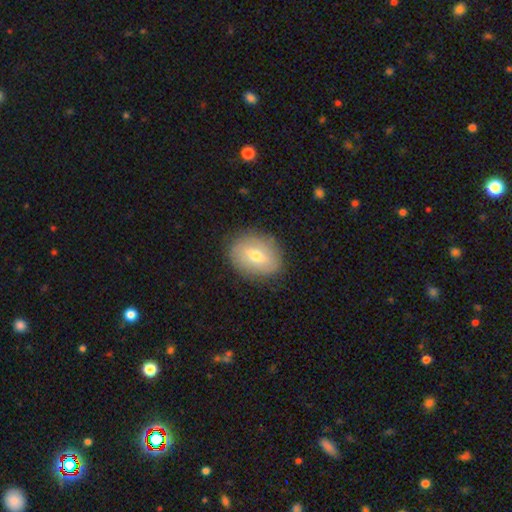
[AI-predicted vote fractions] Smooth or featured? smooth (54%)
How rounded? in between (59%)
Merging? none (84%)